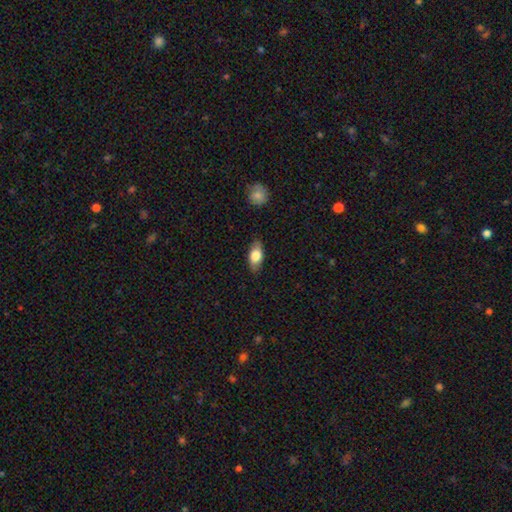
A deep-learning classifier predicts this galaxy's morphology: Smooth or featured?
  - smooth: 75% *
  - featured or disk: 18%
  - star or artifact: 7%
How rounded?
  - in between: 86% *
  - cigar-shaped: 8%
  - round: 6%
Merging?
  - none: 83% *
  - minor disturbance: 13%
  - major disturbance: 3%
  - merger: 1%